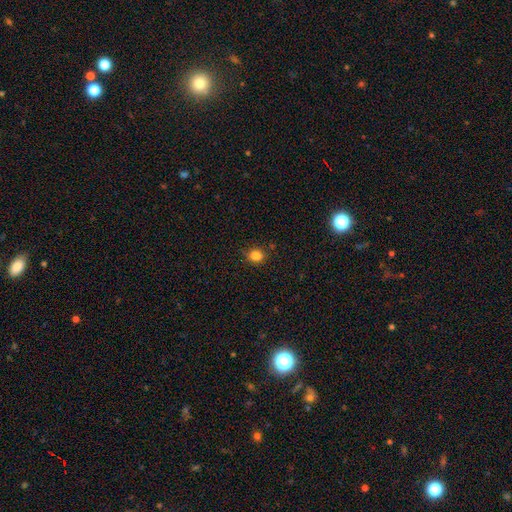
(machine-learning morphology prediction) type=smooth (83%); roundness=round (70%); merging=none (85%).